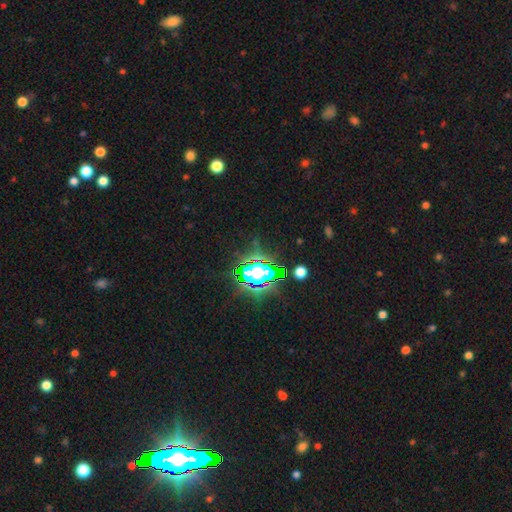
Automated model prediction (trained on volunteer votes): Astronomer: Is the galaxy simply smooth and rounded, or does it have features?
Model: star or artifact — 83%.